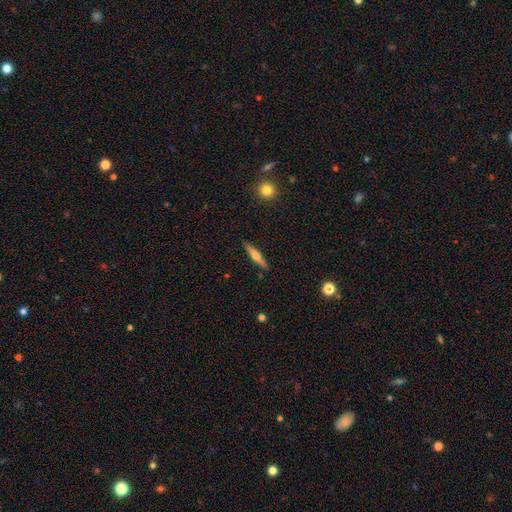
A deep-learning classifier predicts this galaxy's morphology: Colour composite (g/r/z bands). It shows a featured or disk galaxy (52%) viewed edge-on (95%). Merging: none (90%).